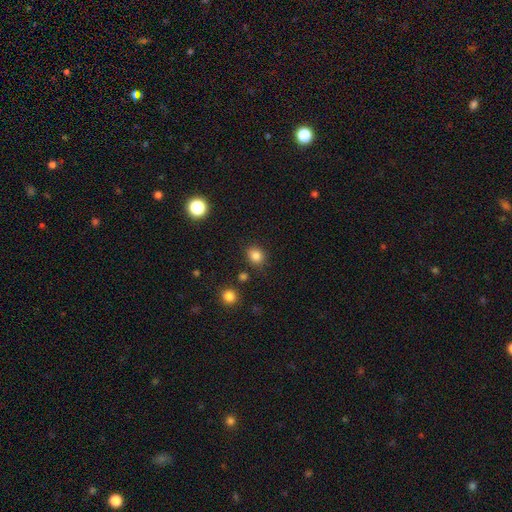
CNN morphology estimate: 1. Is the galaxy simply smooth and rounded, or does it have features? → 84% smooth, 12% star or artifact, 5% featured or disk.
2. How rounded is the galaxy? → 69% round, 30% in between, 1% cigar-shaped.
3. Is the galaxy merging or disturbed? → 83% none, 10% minor disturbance, 3% merger, 3% major disturbance.